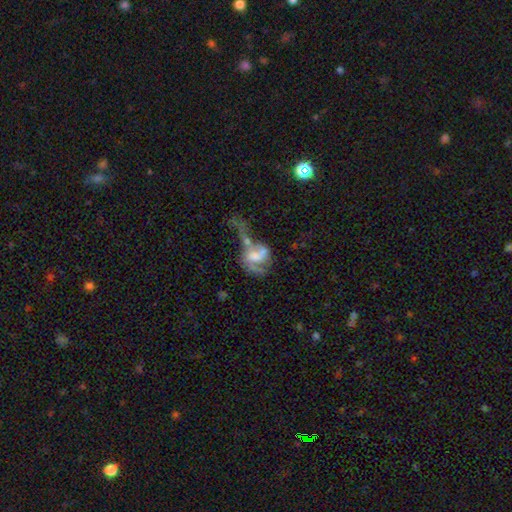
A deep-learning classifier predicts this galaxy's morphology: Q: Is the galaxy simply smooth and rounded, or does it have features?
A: featured or disk — 63%.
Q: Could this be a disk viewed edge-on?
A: no — 97%.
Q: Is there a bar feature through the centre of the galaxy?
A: no — 63%.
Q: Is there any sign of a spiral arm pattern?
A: yes — 67%.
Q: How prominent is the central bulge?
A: moderate — 33%.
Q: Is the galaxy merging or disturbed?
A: major disturbance — 38%.